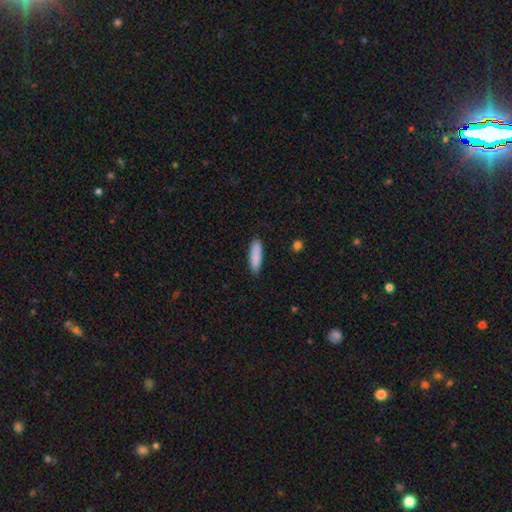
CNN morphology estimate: smooth-or-featured: smooth: 89% | star or artifact: 6% | featured or disk: 6%
  how-rounded: cigar-shaped: 52% | in between: 47% | round: 2%
  merging: none: 85% | minor disturbance: 11% | major disturbance: 2% | merger: 1%